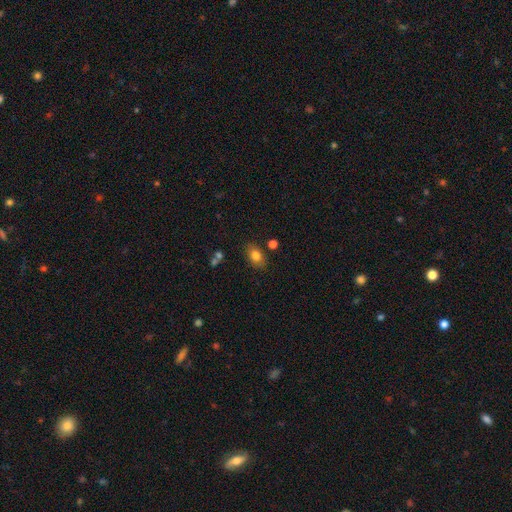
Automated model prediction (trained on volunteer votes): Overall: smooth (80%). How rounded: in between (83%). Merging: none (79%).